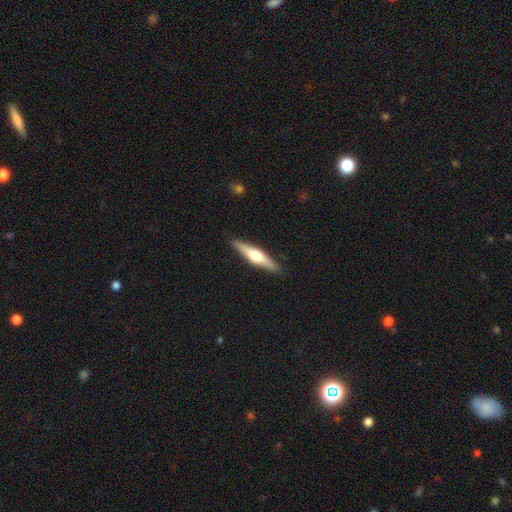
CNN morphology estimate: Smooth or featured? Predicted: featured or disk (p=0.57). Edge-on disk? Predicted: yes (p=0.95). Edge-on bulge? Predicted: rounded (p=0.91). Merging? Predicted: none (p=0.90).